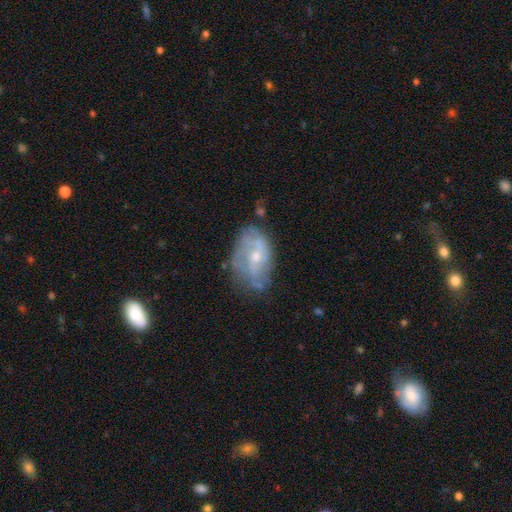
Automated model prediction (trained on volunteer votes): This is likely a featured or disk galaxy (70%). It is clearly not viewed edge-on (96%). Bar: possibly no (57%). Spiral arm pattern: likely yes (70%). Central bulge: possibly small (52%). Merging: possibly none (54%).